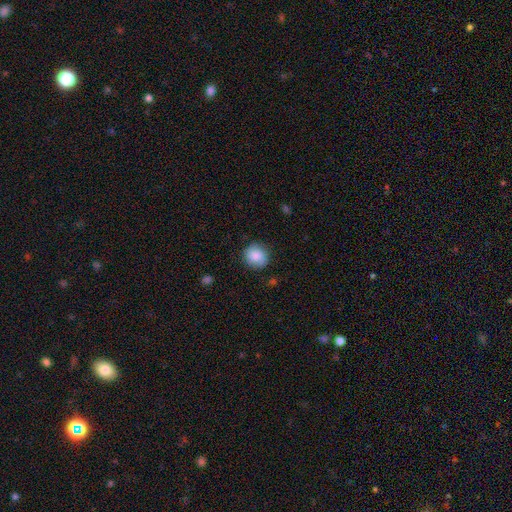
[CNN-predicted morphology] Smooth or featured? Predicted: smooth (p=0.84). How rounded? Predicted: round (p=0.88). Merging? Predicted: none (p=0.85).